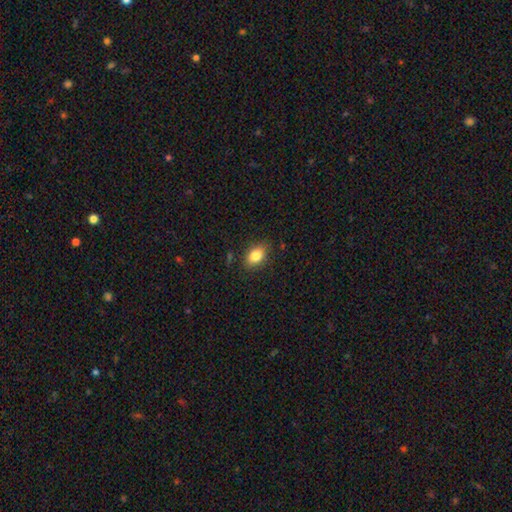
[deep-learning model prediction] A smooth galaxy with no disk features (84%) that is in between round and cigar-shaped (83%).

Vote fractions:
- Smooth or featured? smooth: 84% / star or artifact: 9% / featured or disk: 8%
- How rounded? in between: 83% / round: 16% / cigar-shaped: 2%
- Merging? none: 84% / minor disturbance: 12% / major disturbance: 3% / merger: 1%